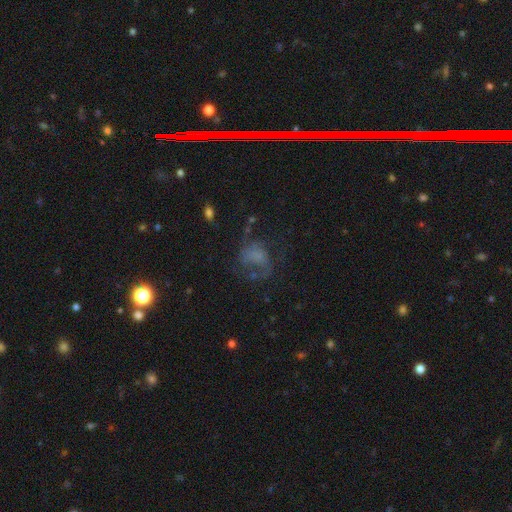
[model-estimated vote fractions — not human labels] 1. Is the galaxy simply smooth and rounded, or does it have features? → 49% featured or disk, 35% smooth, 16% star or artifact.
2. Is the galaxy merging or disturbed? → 42% none, 35% major disturbance, 20% minor disturbance, 3% merger.